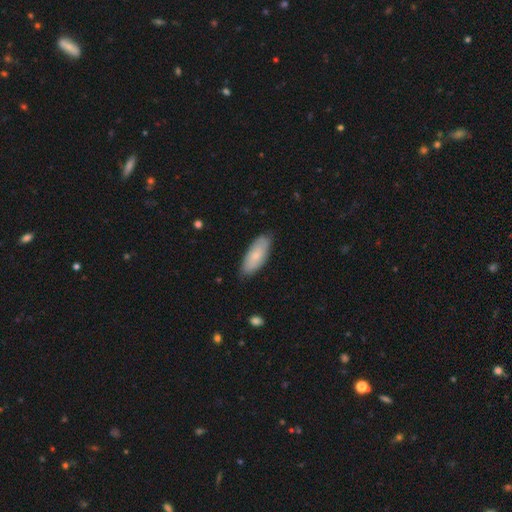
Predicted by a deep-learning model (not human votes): Smooth or featured: smooth — 73% (featured or disk — 21%)
How rounded: in between — 77% (cigar-shaped — 21%)
Merging: none — 79% (minor disturbance — 17%)